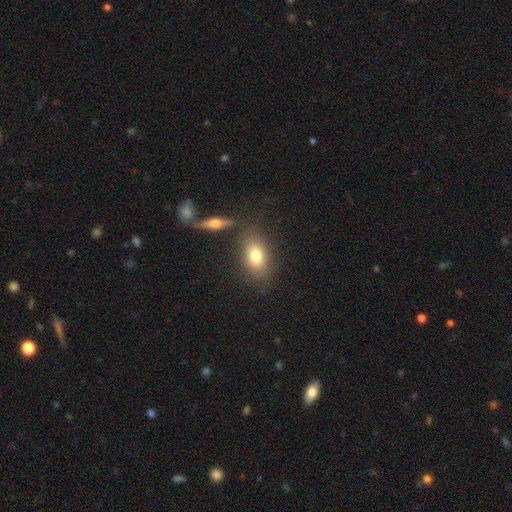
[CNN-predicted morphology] A smooth galaxy with no disk features (78%) that is in between round and cigar-shaped (81%).

Vote fractions:
- Smooth or featured? smooth: 78% / featured or disk: 14% / star or artifact: 9%
- How rounded? in between: 81% / round: 15% / cigar-shaped: 4%
- Merging? none: 74% / minor disturbance: 13% / merger: 8% / major disturbance: 5%